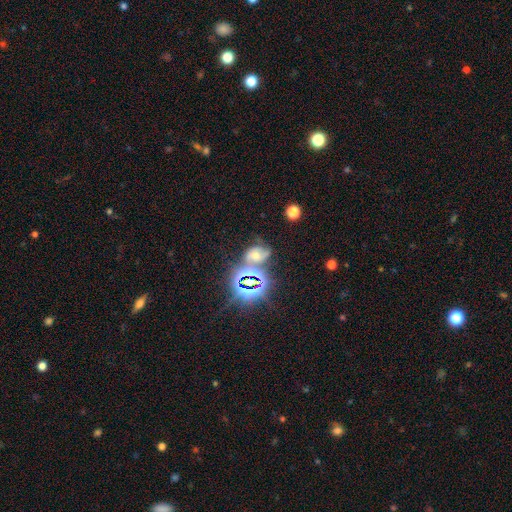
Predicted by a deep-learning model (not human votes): This is marginally a star or artifact rather than a galaxy (38%, tied with featured or disk).